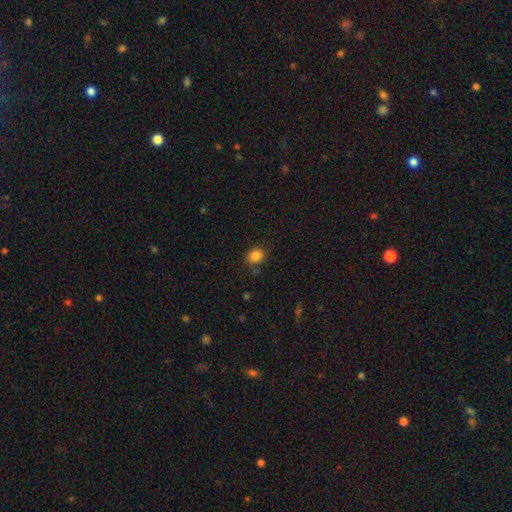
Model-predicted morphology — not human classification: Smooth or featured? Predicted: smooth (p=0.85). How rounded? Predicted: round (p=0.50). Merging? Predicted: none (p=0.78).